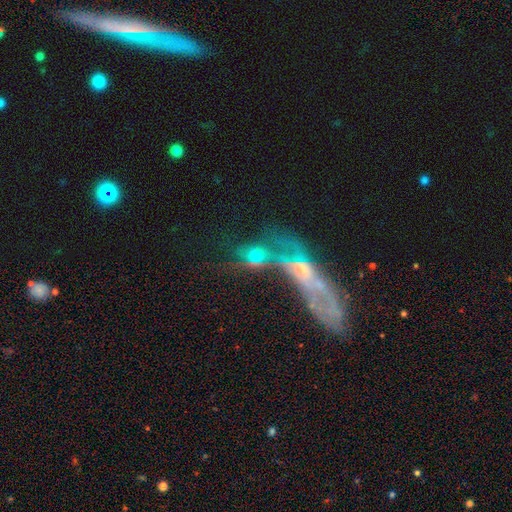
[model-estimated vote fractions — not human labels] smooth-or-featured: featured or disk: 37% | smooth: 36% | star or artifact: 27%
  merging: none: 38% | merger: 34% | major disturbance: 15% | minor disturbance: 14%